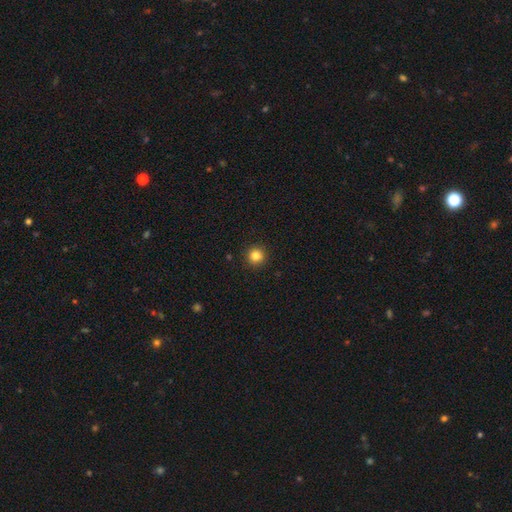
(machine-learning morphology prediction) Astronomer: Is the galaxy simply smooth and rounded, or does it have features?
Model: smooth — 84%.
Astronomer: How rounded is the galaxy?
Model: round — 94%.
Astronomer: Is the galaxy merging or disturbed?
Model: none — 92%.